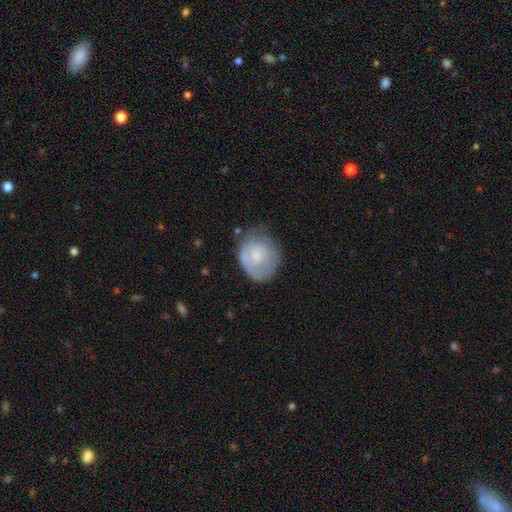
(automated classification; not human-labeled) The model was most divided on "smooth or featured": smooth: 54%, featured or disk: 39%, star or artifact: 7%. More confident: how rounded — round (68%); merging — none (55%).